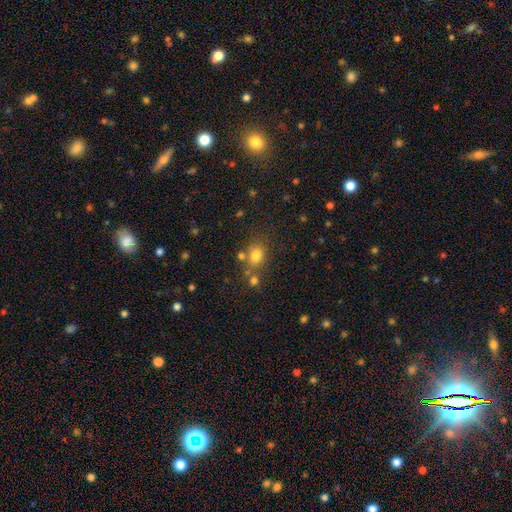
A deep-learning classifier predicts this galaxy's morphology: Q: Smooth or featured?
A: smooth (77%); runner-up: star or artifact (14%)
Q: How rounded?
A: in between (50%); runner-up: round (49%)
Q: Merging?
A: none (64%); runner-up: merger (16%)